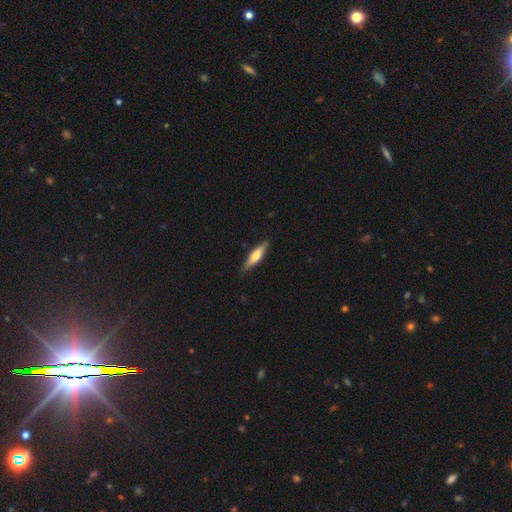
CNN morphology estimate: A smooth galaxy with no disk features (58%) that is cigar-shaped (74%). Merging: none (85%).